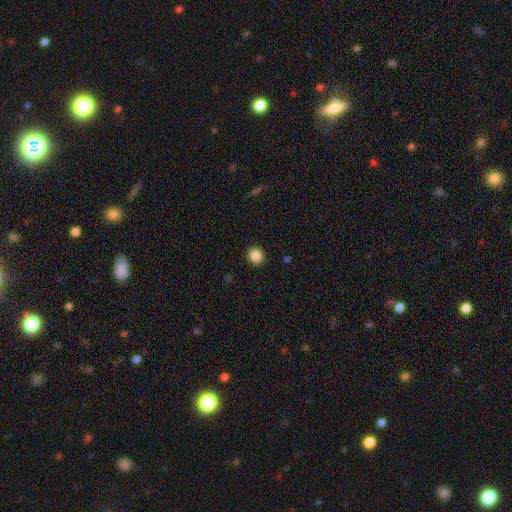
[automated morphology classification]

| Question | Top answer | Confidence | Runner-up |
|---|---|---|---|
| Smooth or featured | smooth | 86% | star or artifact (10%) |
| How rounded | round | 84% | in between (15%) |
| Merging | none | 92% | minor disturbance (5%) |